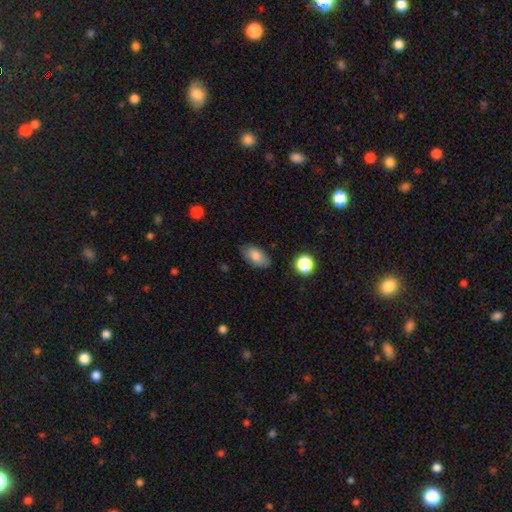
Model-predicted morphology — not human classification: Overall: smooth (81%). How rounded: in between (92%). Merging: none (80%).